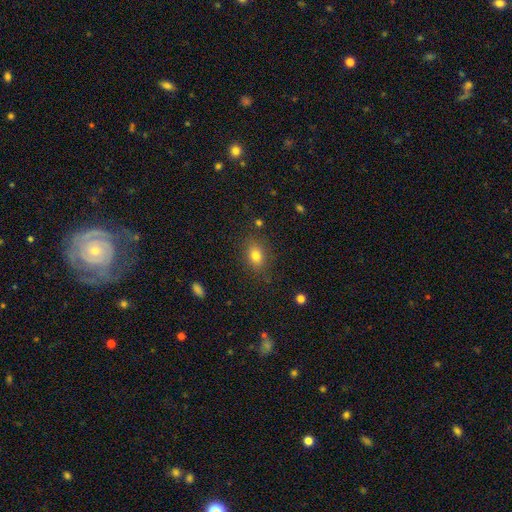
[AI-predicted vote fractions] Morphology: type=smooth (79%); roundness=in between (65%); merging=none (83%).